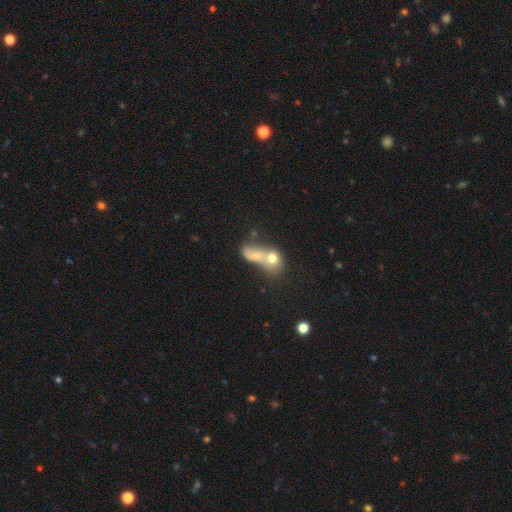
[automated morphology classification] The model was most divided on "how rounded" (2-way tie): in between: 48%, round: 48%, cigar-shaped: 4%. More confident: merging — merger (80%); smooth or featured — smooth (64%).